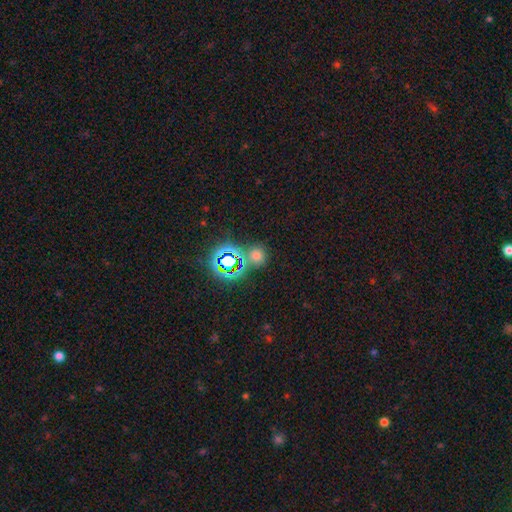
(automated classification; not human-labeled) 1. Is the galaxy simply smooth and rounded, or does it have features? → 56% smooth, 37% star or artifact, 8% featured or disk.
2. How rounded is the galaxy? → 84% round, 15% in between, 1% cigar-shaped.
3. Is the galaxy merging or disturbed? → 70% none, 15% merger, 10% minor disturbance, 5% major disturbance.